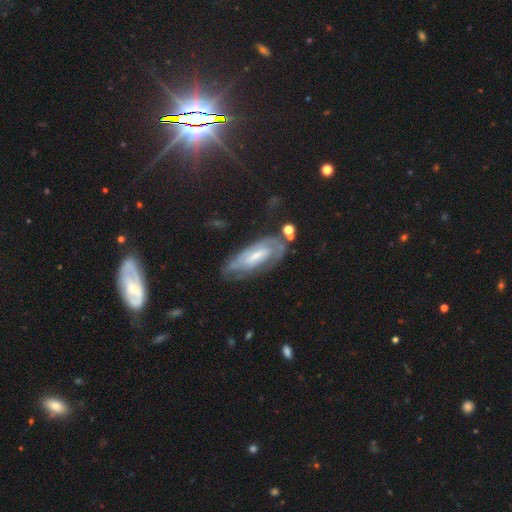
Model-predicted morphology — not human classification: Overall: featured or disk (74%). Edge-on disk: no (89%). Bar: weak (47%; no 35%). Spiral arms: yes (86%). Spiral arm count: can't tell (46%; 2 35%). Spiral winding: tight (60%; medium 31%). Bulge size: small (48%; moderate 38%). Merging: none (57%; minor disturbance 24%).